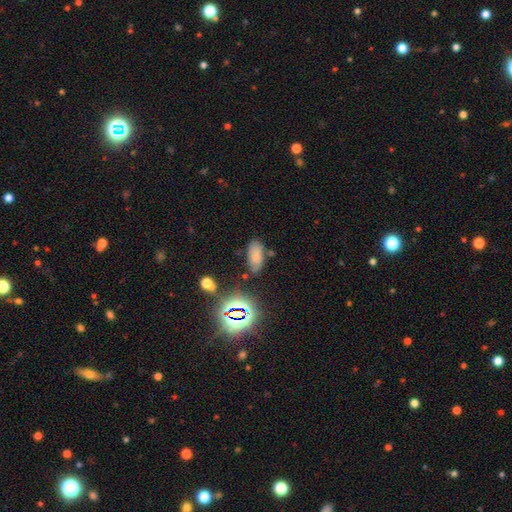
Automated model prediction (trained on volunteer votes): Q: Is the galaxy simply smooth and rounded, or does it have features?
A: smooth — 68%.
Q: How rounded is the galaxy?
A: in between — 88%.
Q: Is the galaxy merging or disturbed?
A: none — 70%.